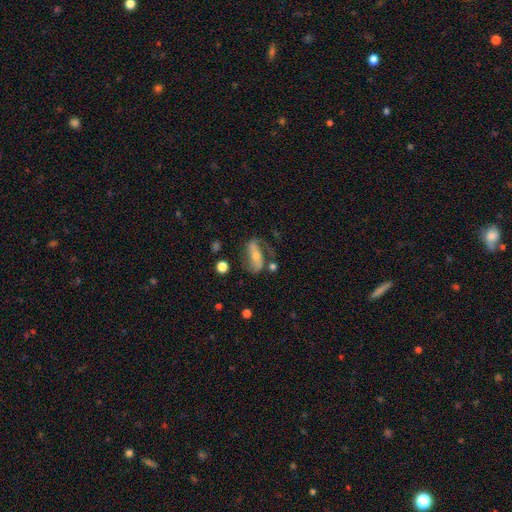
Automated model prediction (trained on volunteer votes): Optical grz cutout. It shows a featured or disk galaxy (59%). Merging: none (51%).